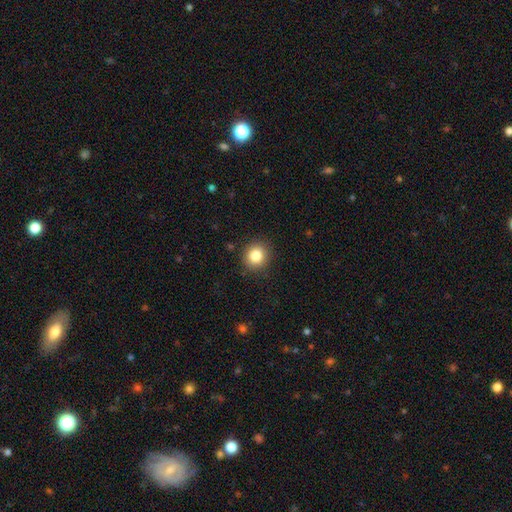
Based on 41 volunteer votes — smooth 85%, star or artifact 10%, featured or disk 5%. Down the decision tree: how rounded — round (94%); merging — none (97%).